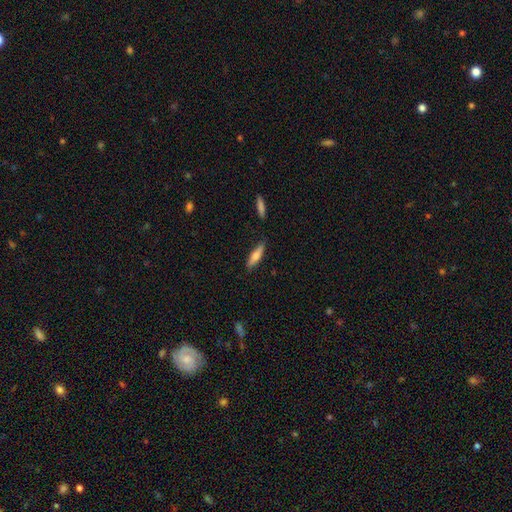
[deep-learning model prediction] smooth-or-featured: smooth: 64% | featured or disk: 30% | star or artifact: 6%
  how-rounded: cigar-shaped: 72% | in between: 26% | round: 2%
  merging: none: 83% | minor disturbance: 12% | merger: 3% | major disturbance: 2%